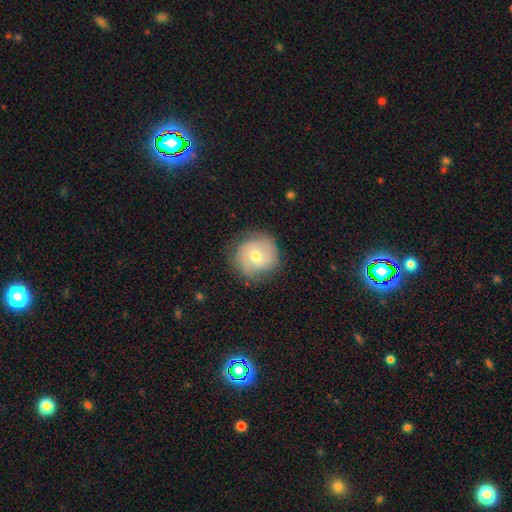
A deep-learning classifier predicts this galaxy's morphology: featured or disk 48%, smooth 45%, star or artifact 7%. Down the decision tree: merging — none (74%).